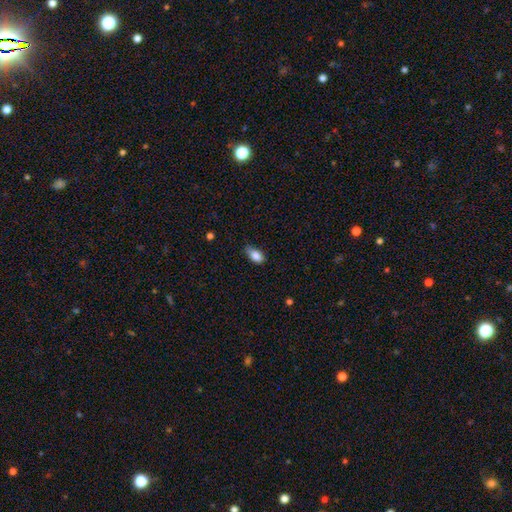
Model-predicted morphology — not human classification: Q: Smooth or featured?
A: smooth (84%); runner-up: star or artifact (8%)
Q: How rounded?
A: in between (88%); runner-up: round (7%)
Q: Merging?
A: none (50%); runner-up: minor disturbance (40%)